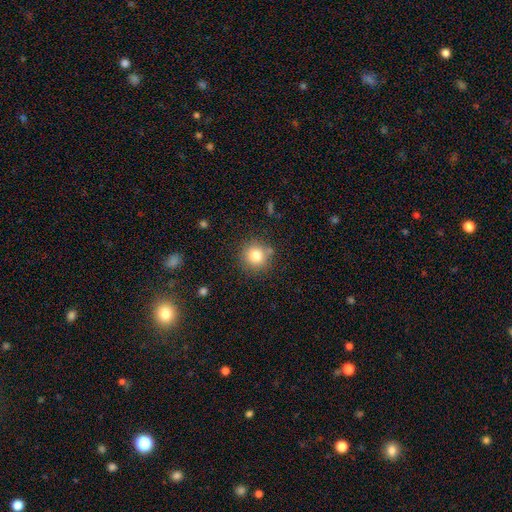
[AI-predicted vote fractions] Smooth or featured? Predicted: smooth (p=0.80). How rounded? Predicted: round (p=0.92). Merging? Predicted: none (p=0.82).